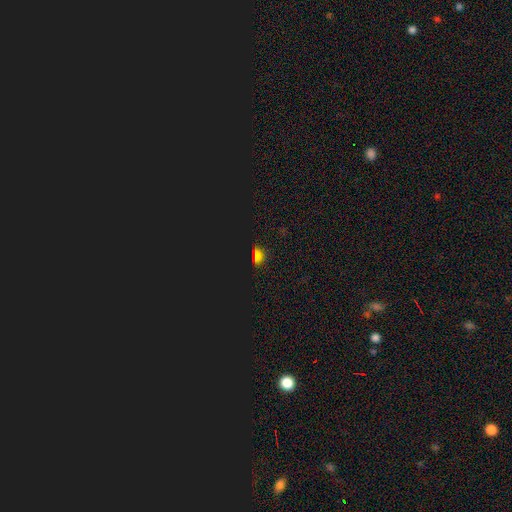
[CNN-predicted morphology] smooth 57%, star or artifact 38%, featured or disk 5%. Down the decision tree: how rounded — in between (71%); merging — none (80%).